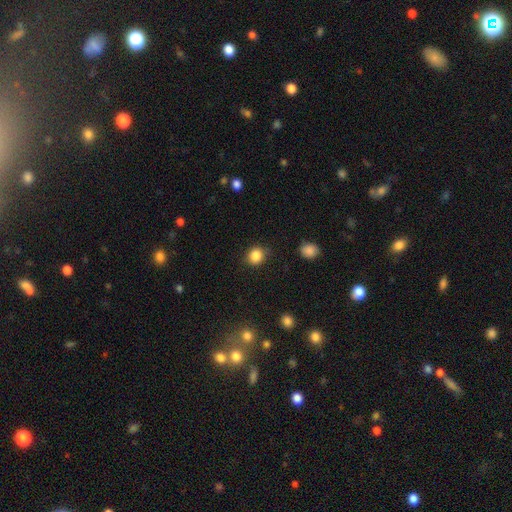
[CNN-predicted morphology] This is clearly a smooth galaxy (86%). How rounded: likely round (77%). Merging: clearly none (84%).